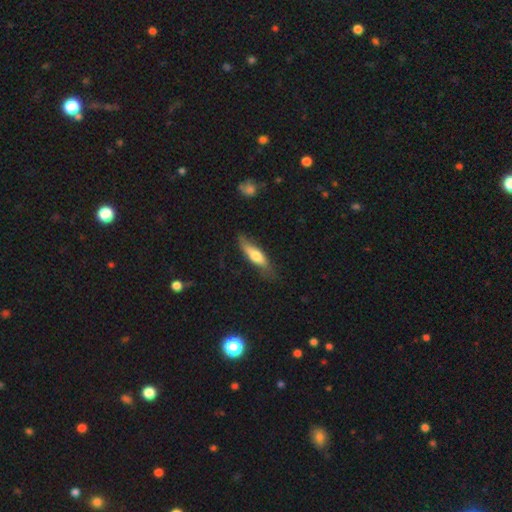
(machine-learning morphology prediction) Smooth or featured?
  - smooth: 60% *
  - featured or disk: 34%
  - star or artifact: 6%
How rounded?
  - cigar-shaped: 64% *
  - in between: 34%
  - round: 2%
Merging?
  - none: 66% *
  - minor disturbance: 25%
  - major disturbance: 7%
  - merger: 2%